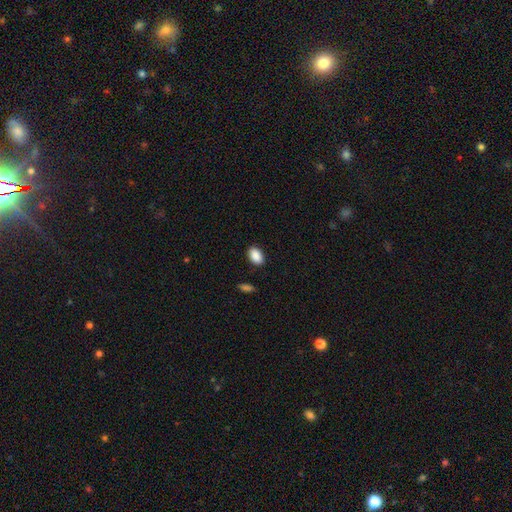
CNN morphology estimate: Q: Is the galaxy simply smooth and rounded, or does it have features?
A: smooth — 90%.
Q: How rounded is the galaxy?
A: in between — 90%.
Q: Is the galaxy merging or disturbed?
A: none — 88%.